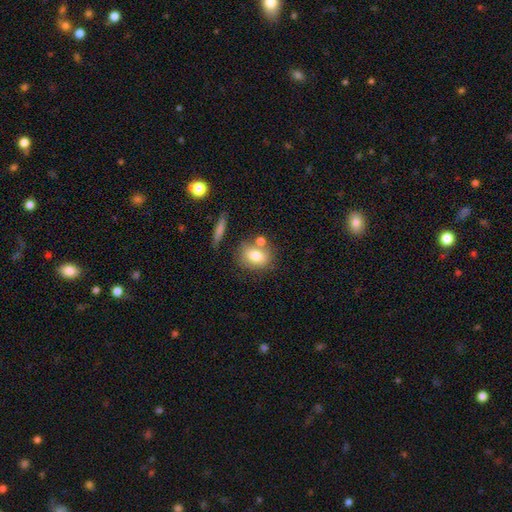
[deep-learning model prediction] Smooth or featured: smooth — 77% (featured or disk — 14%)
How rounded: in between — 60% (round — 37%)
Merging: none — 60% (merger — 20%)